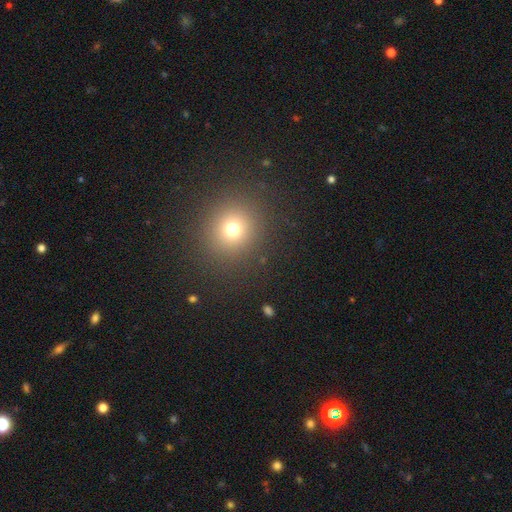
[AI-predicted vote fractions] Overall: smooth (63%; star or artifact 31%). How rounded: round (91%). Merging: none (93%).